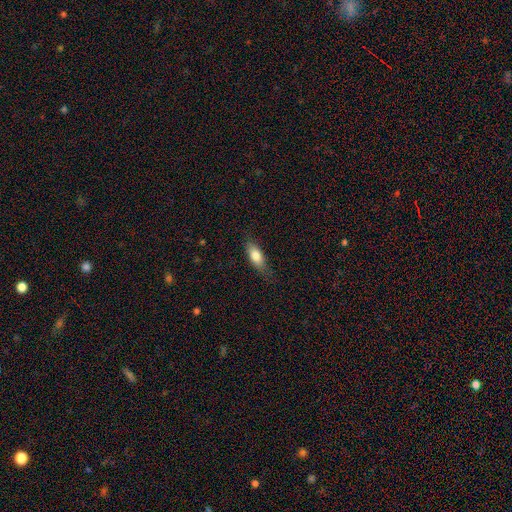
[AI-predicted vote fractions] Morphology: type=smooth (77%); roundness=in between (74%); merging=none (74%).